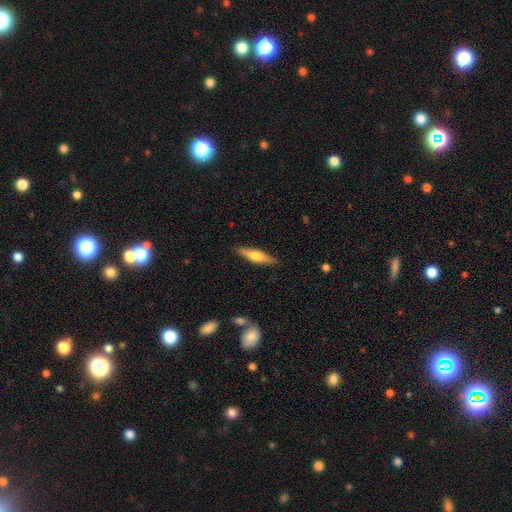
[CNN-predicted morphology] This appears to be a smooth galaxy with no disk features (52%) that is cigar-shaped (70%). Merging: none (88%).